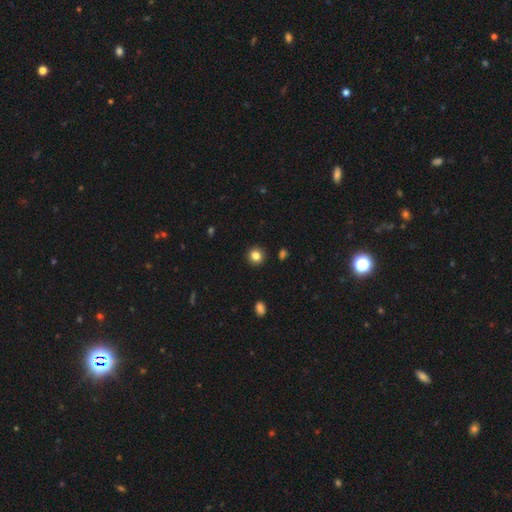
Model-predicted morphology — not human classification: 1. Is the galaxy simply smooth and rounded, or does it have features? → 84% smooth, 11% star or artifact, 5% featured or disk.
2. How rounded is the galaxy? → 91% round, 8% in between, 1% cigar-shaped.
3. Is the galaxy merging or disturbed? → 92% none, 5% minor disturbance, 2% major disturbance, 1% merger.